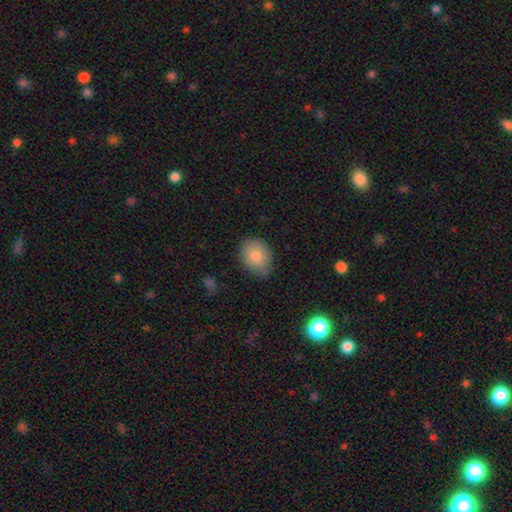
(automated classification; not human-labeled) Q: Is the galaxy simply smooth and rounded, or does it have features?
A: smooth — 85%.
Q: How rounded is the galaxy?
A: in between — 66%.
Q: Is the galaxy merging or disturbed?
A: none — 72%.